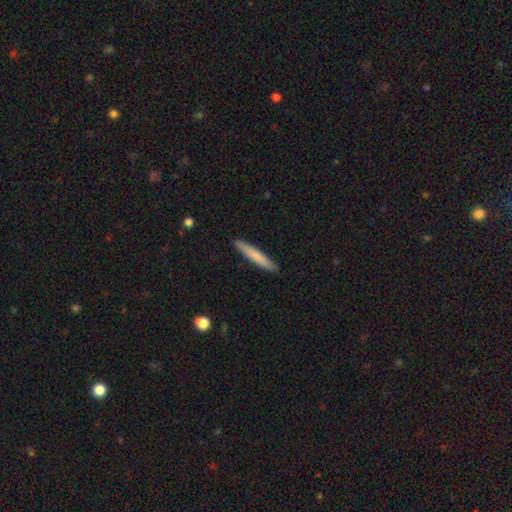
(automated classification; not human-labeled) Smooth or featured: smooth — 74% (featured or disk — 21%)
How rounded: cigar-shaped — 95% (in between — 4%)
Merging: none — 91% (minor disturbance — 7%)